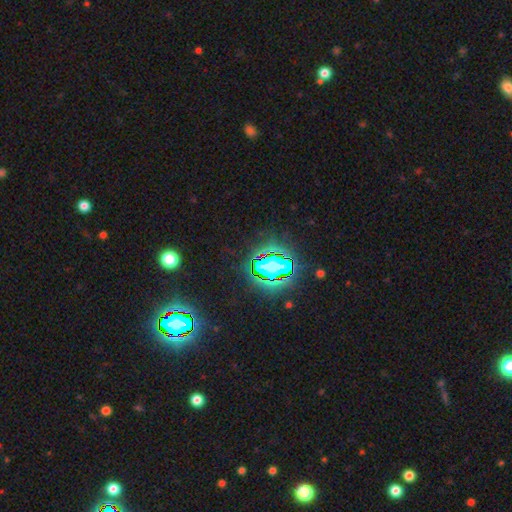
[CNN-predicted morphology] smooth-or-featured: star or artifact: 81% | smooth: 11% | featured or disk: 8%